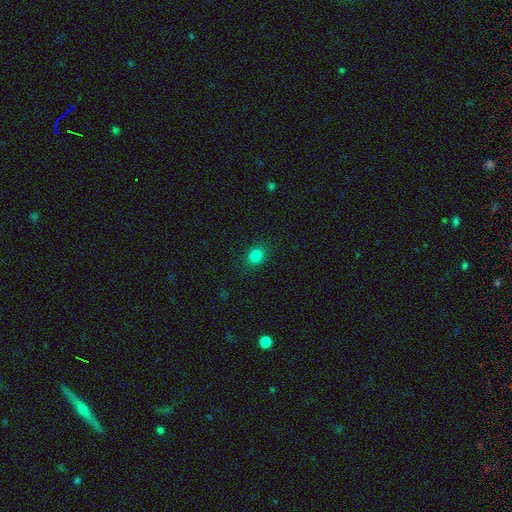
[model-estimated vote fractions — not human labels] This is clearly a smooth galaxy (82%). How rounded: possibly round (52%). Merging: clearly none (87%).